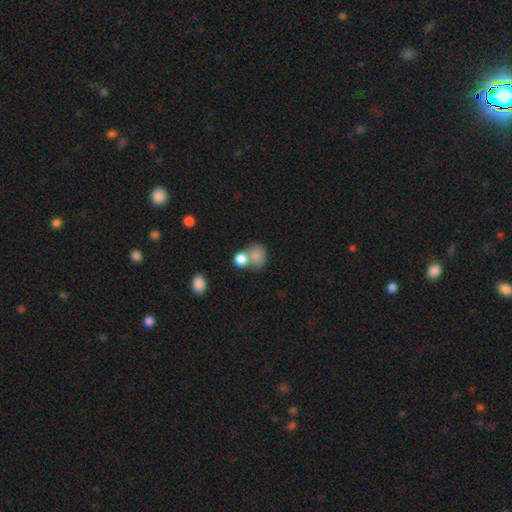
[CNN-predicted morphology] This appears to be a smooth galaxy with no disk features (82%) that is round (57%). Merging: merger (46%).